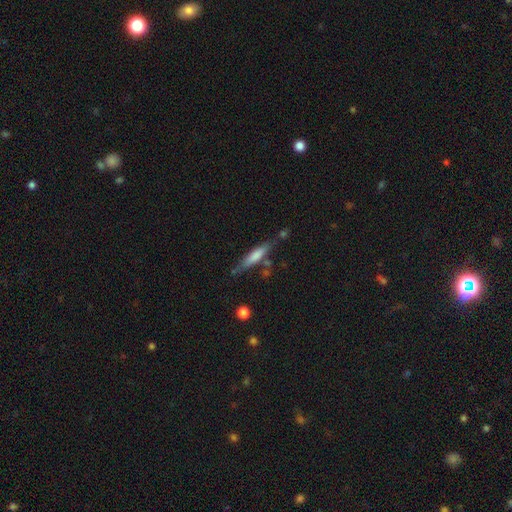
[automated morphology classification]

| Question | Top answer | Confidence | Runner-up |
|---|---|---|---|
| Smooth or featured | smooth | 54% | featured or disk (39%) |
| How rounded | cigar-shaped | 86% | in between (12%) |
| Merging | none | 74% | minor disturbance (17%) |